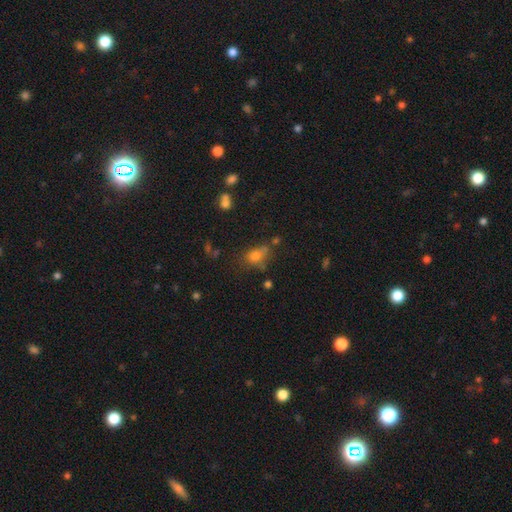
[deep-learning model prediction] smooth_or_featured: smooth (p=0.66) [alt: star or artifact p=0.19]
how_rounded: in between (p=0.63) [alt: round p=0.31]
merging: none (p=0.50) [alt: minor disturbance p=0.22]